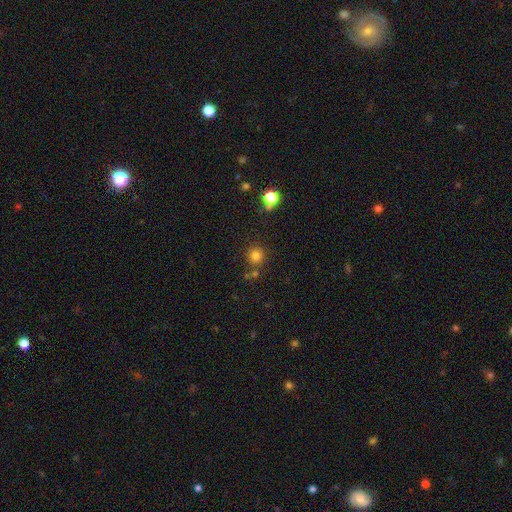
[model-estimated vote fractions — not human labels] smooth-or-featured: smooth: 80% | star or artifact: 15% | featured or disk: 5%
  how-rounded: round: 93% | in between: 7% | cigar-shaped: 1%
  merging: none: 80% | minor disturbance: 9% | merger: 8% | major disturbance: 3%